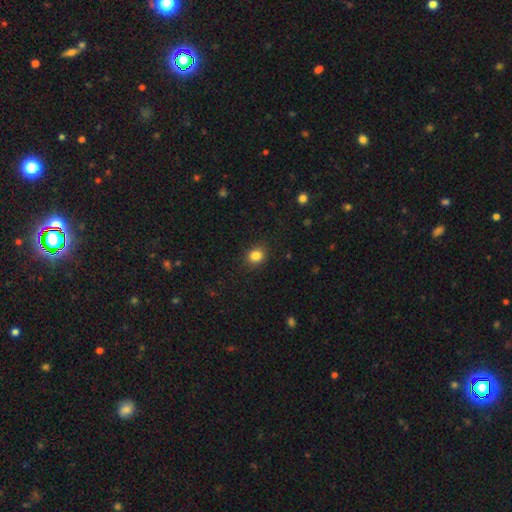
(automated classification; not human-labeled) Q: Smooth or featured?
A: smooth (85%); runner-up: star or artifact (11%)
Q: How rounded?
A: round (76%); runner-up: in between (23%)
Q: Merging?
A: none (89%); runner-up: minor disturbance (7%)